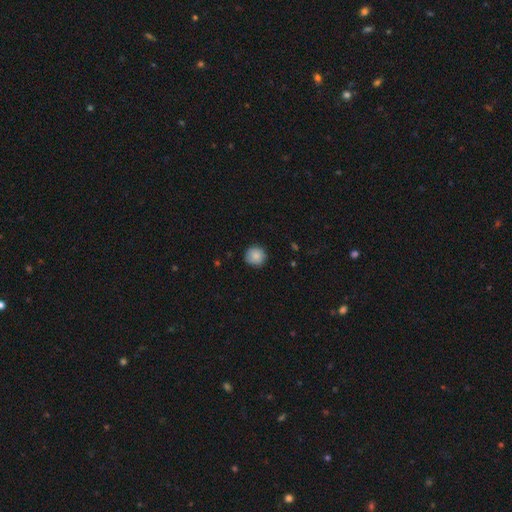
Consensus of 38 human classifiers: This is clearly a smooth galaxy (92%). How rounded: clearly round (97%). Merging: clearly none (83%).